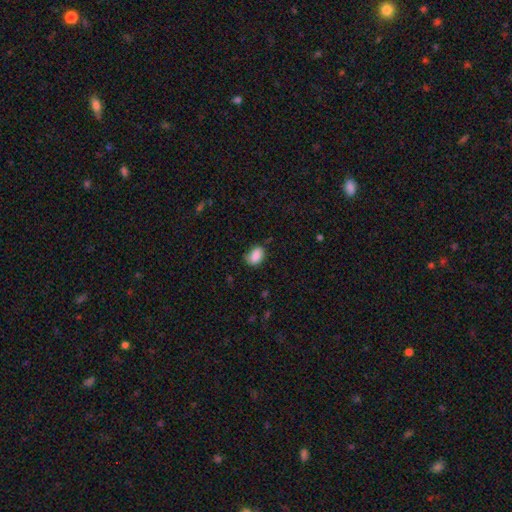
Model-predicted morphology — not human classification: smooth-or-featured: smooth: 86% | star or artifact: 8% | featured or disk: 6%
  how-rounded: in between: 81% | round: 18% | cigar-shaped: 1%
  merging: none: 65% | minor disturbance: 27% | major disturbance: 6% | merger: 2%